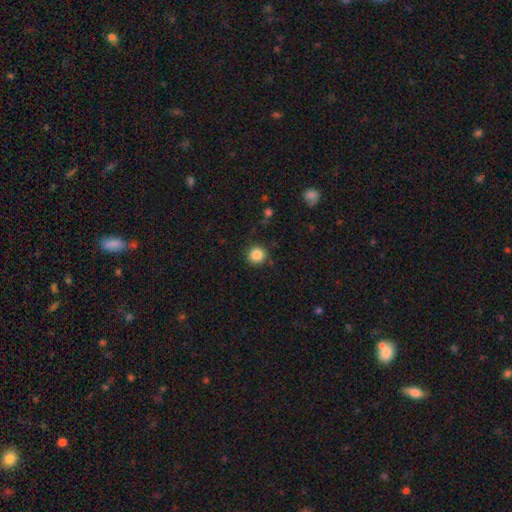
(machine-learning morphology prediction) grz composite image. It shows a smooth galaxy with no disk features (86%) that is round (93%). Merging: none (89%).